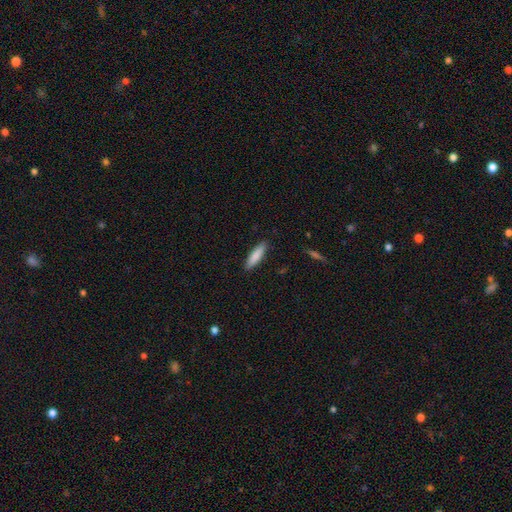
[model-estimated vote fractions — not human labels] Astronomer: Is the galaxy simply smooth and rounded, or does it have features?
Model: smooth — 84%.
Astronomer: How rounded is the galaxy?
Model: cigar-shaped — 74%.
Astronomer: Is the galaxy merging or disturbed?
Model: none — 89%.